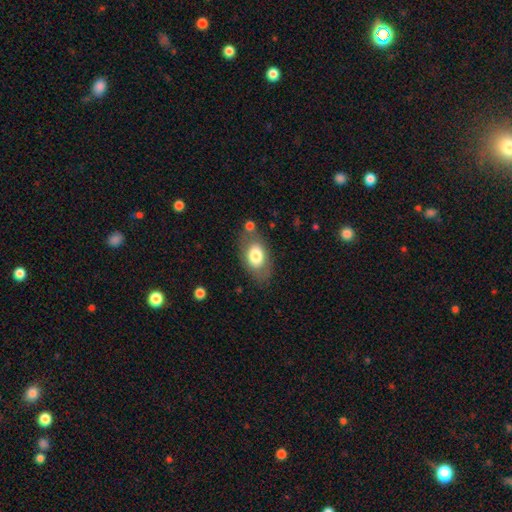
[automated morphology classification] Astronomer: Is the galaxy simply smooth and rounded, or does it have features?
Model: smooth — 73%.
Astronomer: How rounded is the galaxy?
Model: in between — 88%.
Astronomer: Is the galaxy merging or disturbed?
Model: none — 72%.